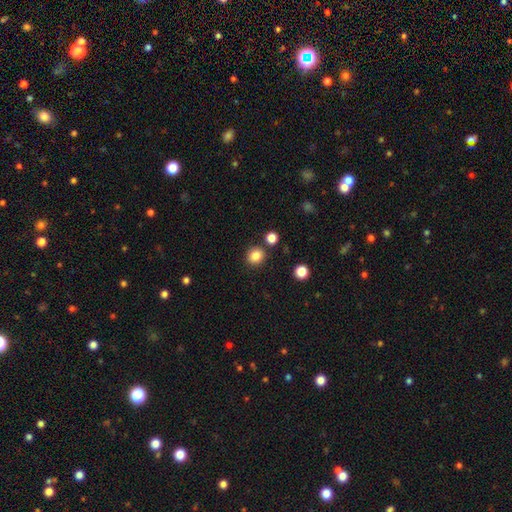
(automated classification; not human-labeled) Smooth or featured? smooth (84%)
How rounded? round (87%)
Merging? none (87%)